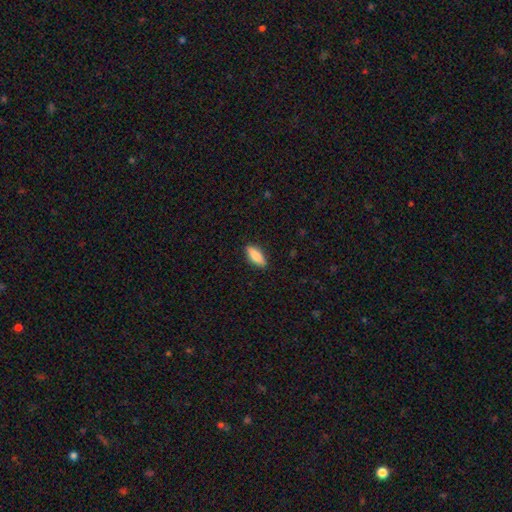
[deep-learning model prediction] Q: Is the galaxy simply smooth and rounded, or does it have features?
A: smooth — 84%.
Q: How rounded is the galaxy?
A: in between — 69%.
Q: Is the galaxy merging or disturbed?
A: none — 89%.